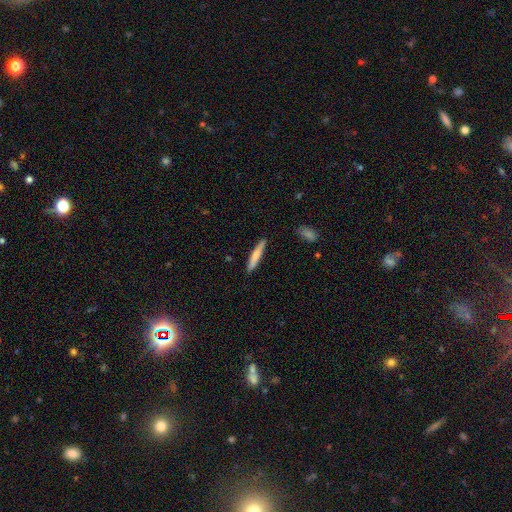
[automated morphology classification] A smooth galaxy with no disk features (74%) that is cigar-shaped (92%).

Vote fractions:
- Smooth or featured? smooth: 74% / featured or disk: 21% / star or artifact: 5%
- How rounded? cigar-shaped: 92% / in between: 7% / round: 1%
- Merging? none: 88% / minor disturbance: 8% / major disturbance: 2% / merger: 2%